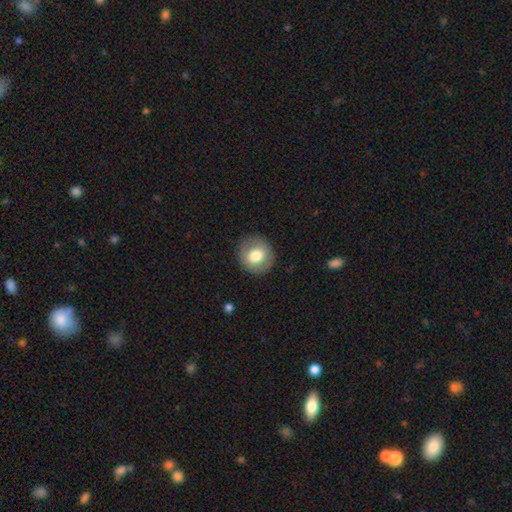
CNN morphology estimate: A smooth galaxy with no disk features (71%) that is round (88%).

Vote fractions:
- Smooth or featured? smooth: 71% / featured or disk: 22% / star or artifact: 7%
- How rounded? round: 88% / in between: 11% / cigar-shaped: 1%
- Merging? none: 88% / minor disturbance: 8% / major disturbance: 3% / merger: 1%